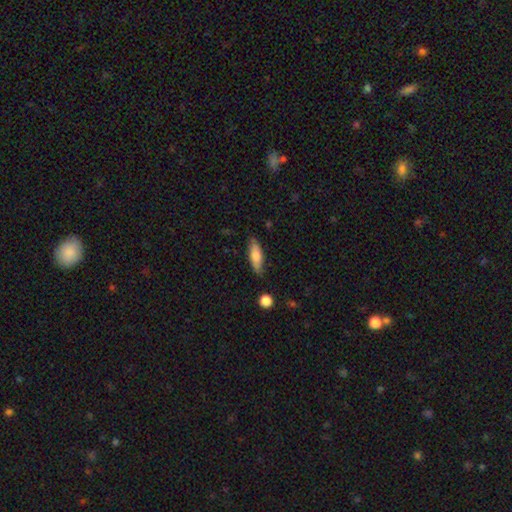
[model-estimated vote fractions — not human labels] Morphology: type=smooth (76%); roundness=in between (61%); merging=none (77%).